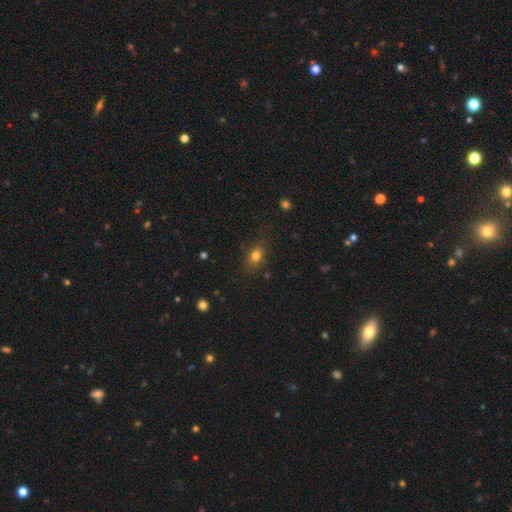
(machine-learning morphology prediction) Smooth or featured? smooth (78%)
How rounded? in between (66%)
Merging? none (80%)